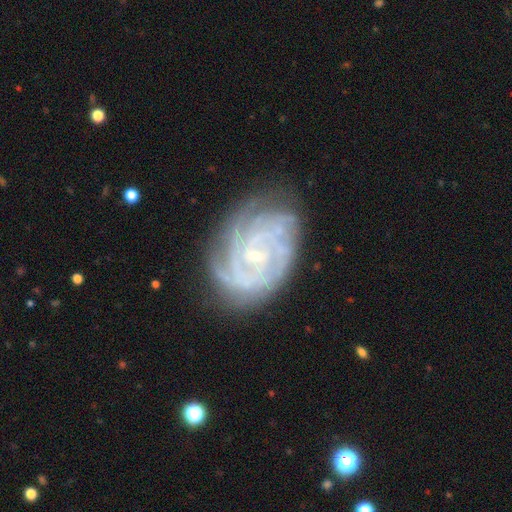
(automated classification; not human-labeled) smooth-or-featured: featured or disk: 88% | star or artifact: 6% | smooth: 6%
  disk-edge-on: no: 97% | yes: 3%
    bar: no: 56% | weak: 35% | strong: 9%
    has-spiral-arms: yes: 97% | no: 3%
      spiral-winding: tight: 76% | medium: 20% | loose: 4%
      spiral-arm-count: can't tell: 26% | 4: 25% | 3: 20% | 2: 13% | more than 4: 10% | 1: 7%
    bulge-size: small: 78% | moderate: 15% | none: 5% | large: 1% | dominant: 1%
  merging: none: 72% | minor disturbance: 19% | major disturbance: 7% | merger: 2%